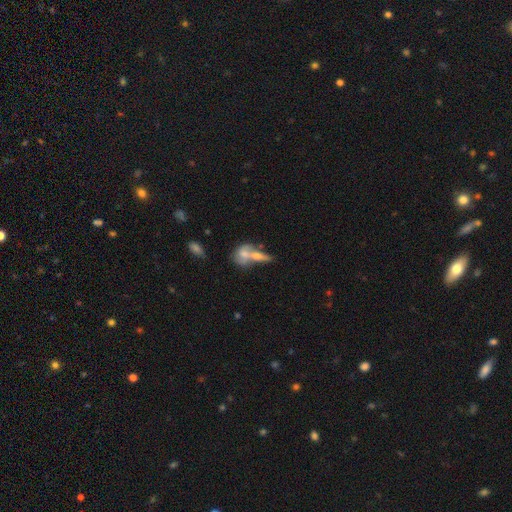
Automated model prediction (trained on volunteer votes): Smooth or featured? smooth (47%)
Merging? merger (57%)